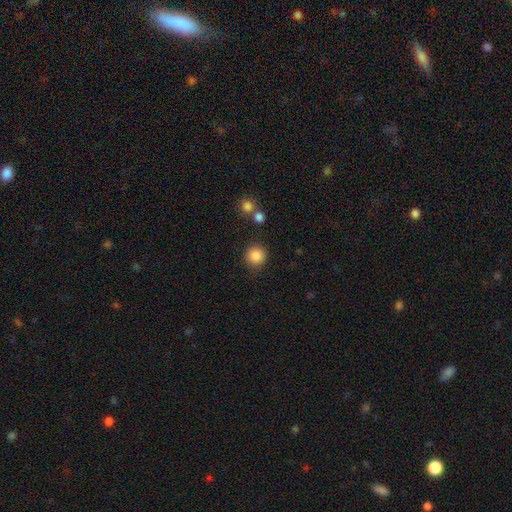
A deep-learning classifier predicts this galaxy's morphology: smooth_or_featured: smooth (p=0.86) [alt: star or artifact p=0.10]
how_rounded: round (p=0.94) [alt: in between p=0.05]
merging: none (p=0.87) [alt: minor disturbance p=0.07]